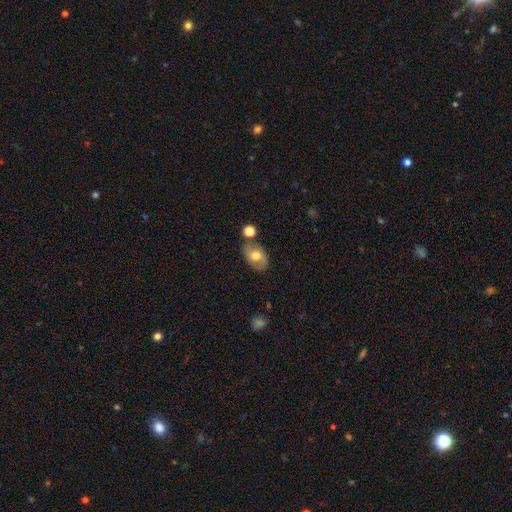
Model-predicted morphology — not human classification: A featured or disk galaxy (46%). Merging: none (69%).